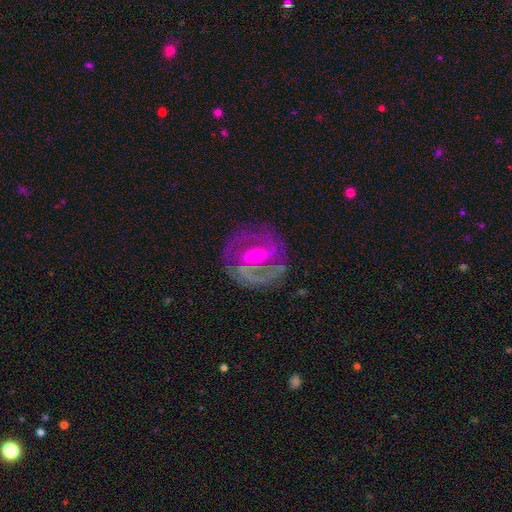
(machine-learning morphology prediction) Smooth or featured?
  - featured or disk: 87% *
  - smooth: 7%
  - star or artifact: 5%
Edge-on disk?
  - no: 97% *
  - yes: 3%
Bar?
  - weak: 40% *
  - strong: 35%
  - no: 25%
Spiral arms?
  - yes: 94% *
  - no: 6%
Spiral winding?
  - tight: 52% *
  - medium: 40%
  - loose: 8%
Spiral arm count?
  - 2: 61% *
  - 3: 15%
  - can't tell: 13%
  - 4: 4%
  - 1: 4%
  - more than 4: 3%
Bulge size?
  - small: 68% *
  - moderate: 29%
  - large: 1%
  - none: 1%
  - dominant: 1%
Merging?
  - none: 77% *
  - minor disturbance: 14%
  - major disturbance: 7%
  - merger: 2%